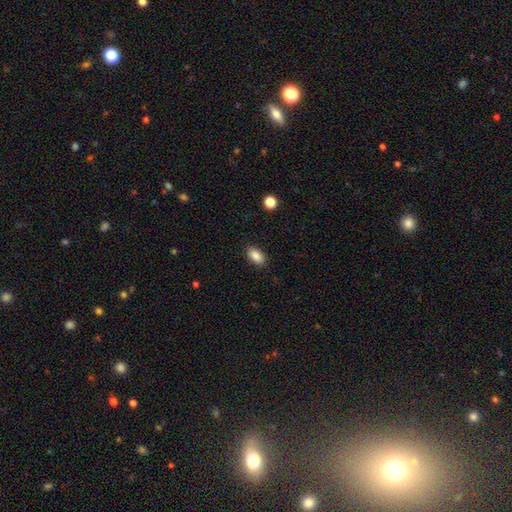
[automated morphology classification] Overall: smooth (87%). How rounded: in between (91%). Merging: none (88%).